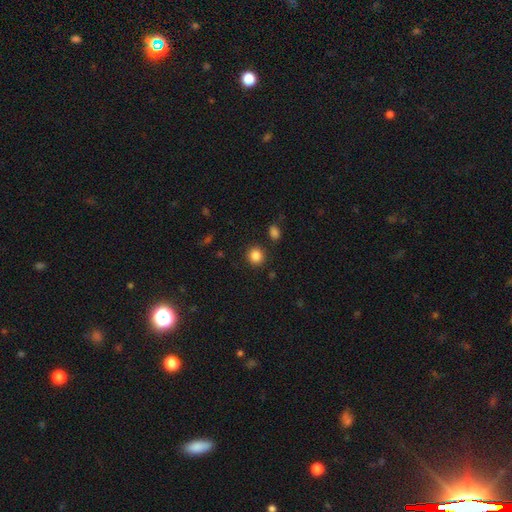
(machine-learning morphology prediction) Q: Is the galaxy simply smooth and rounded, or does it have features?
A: smooth — 86%.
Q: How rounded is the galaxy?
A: round — 88%.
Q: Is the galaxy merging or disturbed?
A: none — 88%.